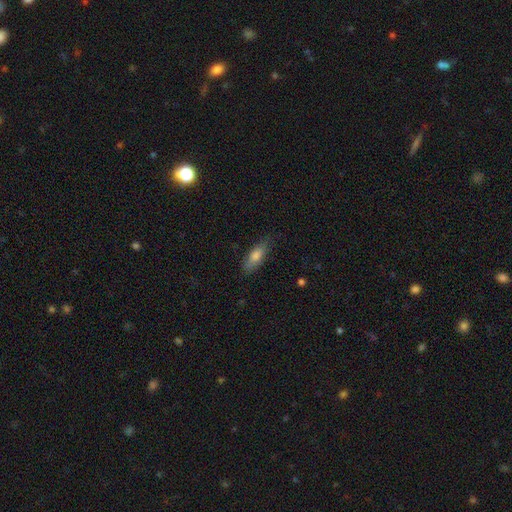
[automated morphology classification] type=smooth (72%); roundness=in between (59%); merging=none (78%).